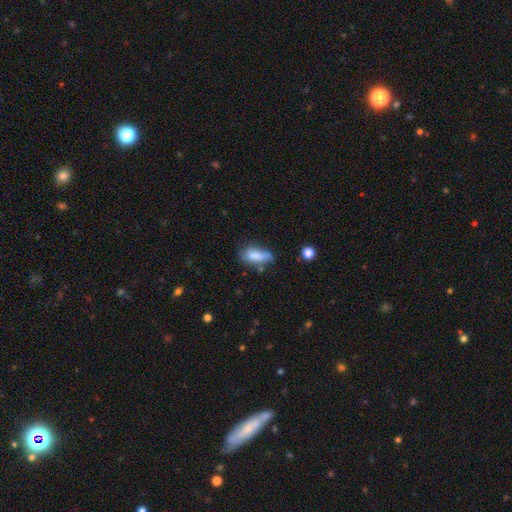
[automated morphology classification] This is likely a smooth galaxy (74%). How rounded: likely in between (75%). Merging: marginally none (43%).